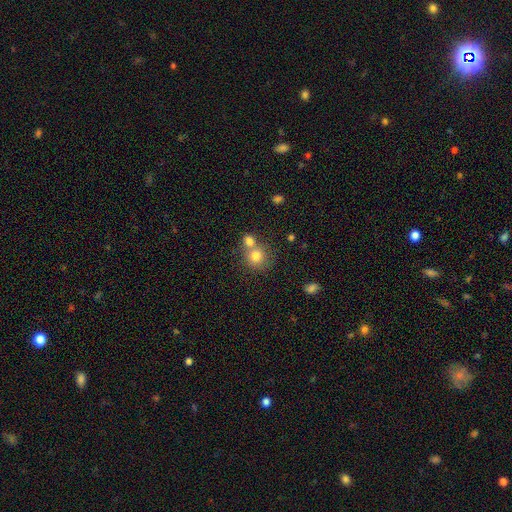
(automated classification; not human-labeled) Smooth or featured?
  - smooth: 76% *
  - featured or disk: 12%
  - star or artifact: 12%
How rounded?
  - round: 84% *
  - in between: 15%
  - cigar-shaped: 1%
Merging?
  - merger: 47% *
  - none: 43%
  - minor disturbance: 7%
  - major disturbance: 3%